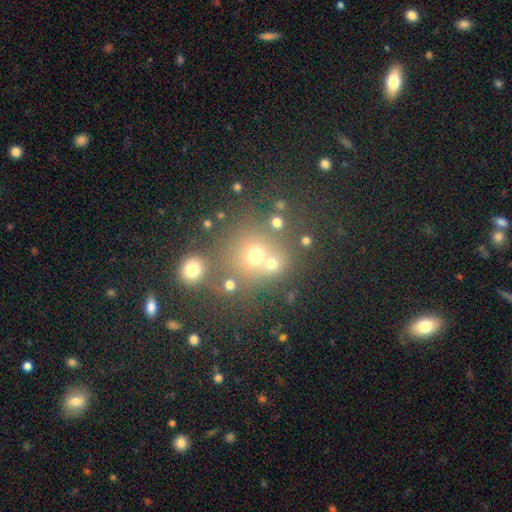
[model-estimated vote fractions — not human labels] Smooth or featured: smooth — 53% (star or artifact — 32%)
How rounded: round — 85% (in between — 14%)
Merging: none — 60% (merger — 26%)